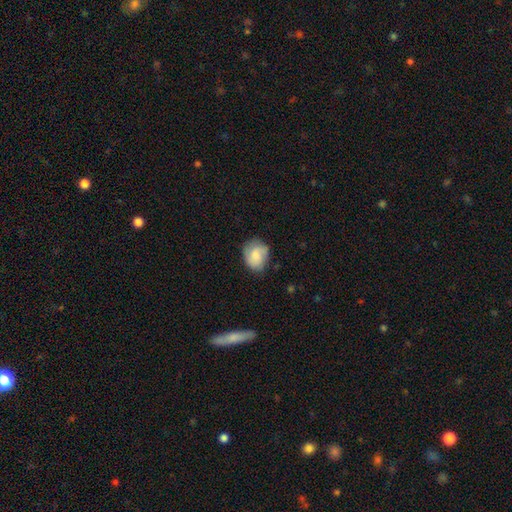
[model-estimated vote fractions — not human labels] Smooth or featured? smooth (73%)
How rounded? round (53%)
Merging? none (65%)